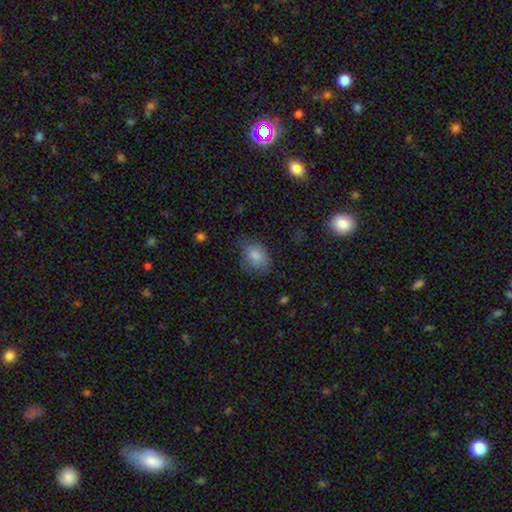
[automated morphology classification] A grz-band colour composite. It shows a smooth galaxy with no disk features (82%) that is in between round and cigar-shaped (78%). Merging: none (62%).